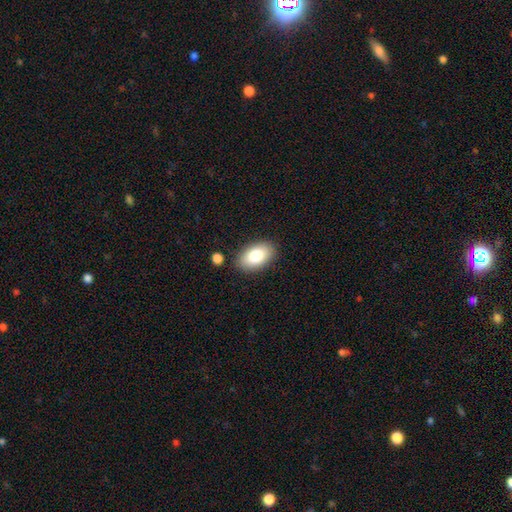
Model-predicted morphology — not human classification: This is clearly a smooth galaxy (82%). How rounded: clearly in between (94%). Merging: clearly none (85%).